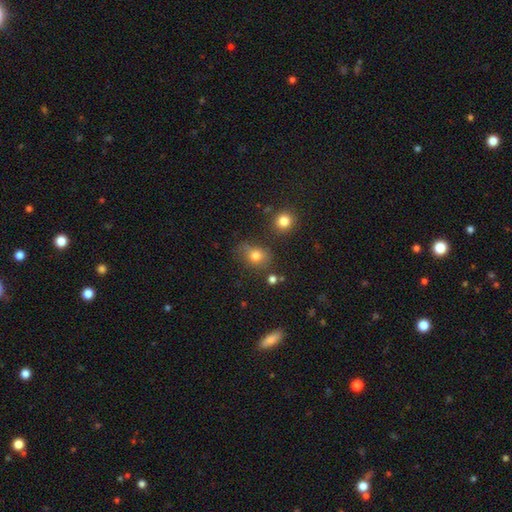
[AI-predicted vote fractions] Smooth or featured?
  - smooth: 77% *
  - star or artifact: 14%
  - featured or disk: 9%
How rounded?
  - round: 57% *
  - in between: 41%
  - cigar-shaped: 1%
Merging?
  - none: 66% *
  - minor disturbance: 19%
  - merger: 7%
  - major disturbance: 7%